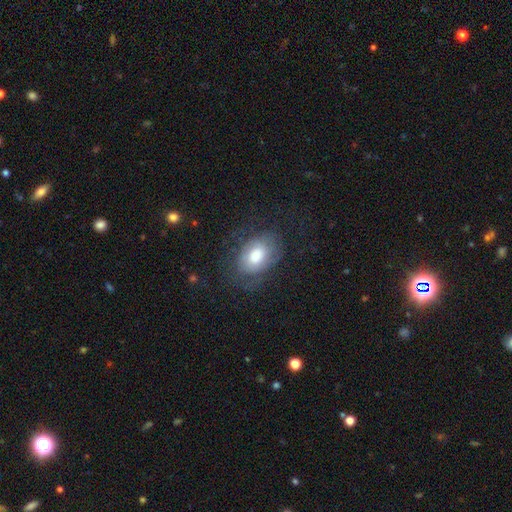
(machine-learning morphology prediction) Smooth or featured?
  - smooth: 52% *
  - featured or disk: 39%
  - star or artifact: 9%
How rounded?
  - in between: 86% *
  - round: 13%
  - cigar-shaped: 1%
Merging?
  - none: 64% *
  - minor disturbance: 20%
  - major disturbance: 15%
  - merger: 1%